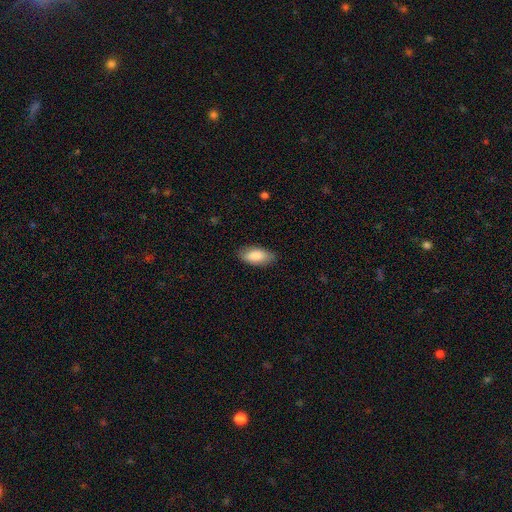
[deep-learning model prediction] smooth-or-featured: smooth: 85% | featured or disk: 9% | star or artifact: 6%
  how-rounded: in between: 91% | cigar-shaped: 7% | round: 2%
  merging: none: 83% | minor disturbance: 13% | major disturbance: 3% | merger: 1%